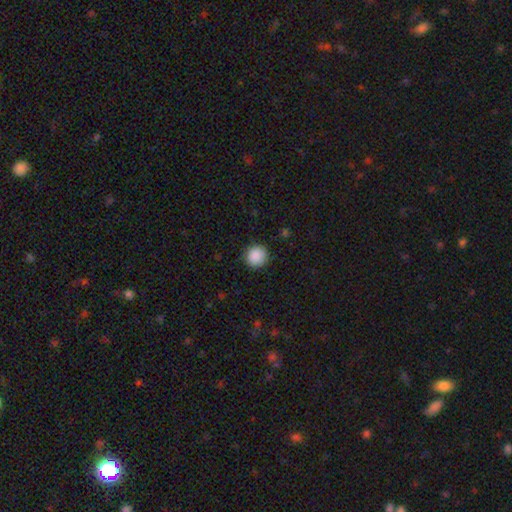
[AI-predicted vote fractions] Q: Smooth or featured?
A: smooth (89%); runner-up: star or artifact (8%)
Q: How rounded?
A: round (93%); runner-up: in between (6%)
Q: Merging?
A: none (90%); runner-up: minor disturbance (7%)